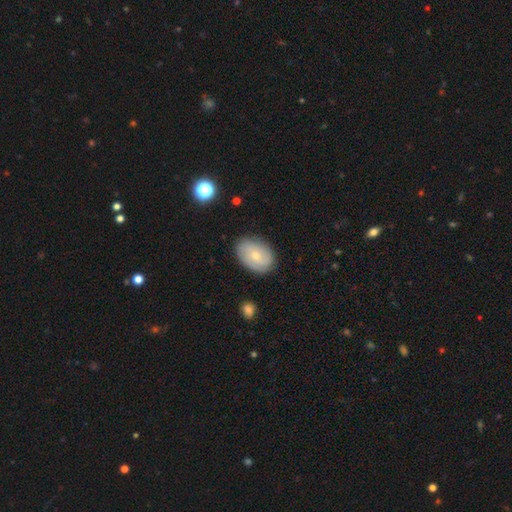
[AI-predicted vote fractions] Smooth or featured? smooth (53%)
How rounded? in between (76%)
Merging? none (81%)